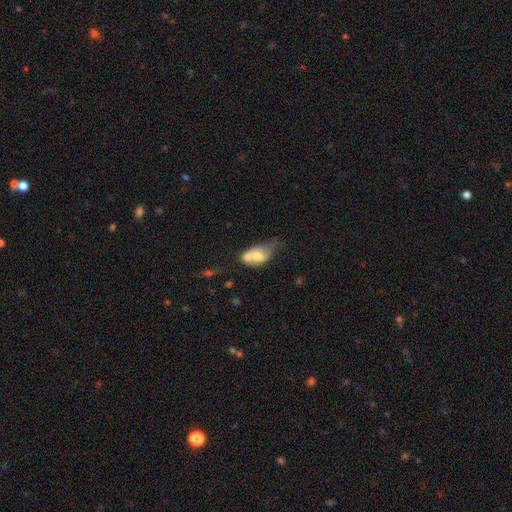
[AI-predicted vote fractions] This appears to be a smooth galaxy with no disk features (56%) that is in between round and cigar-shaped (84%). Merging: merger (43%).